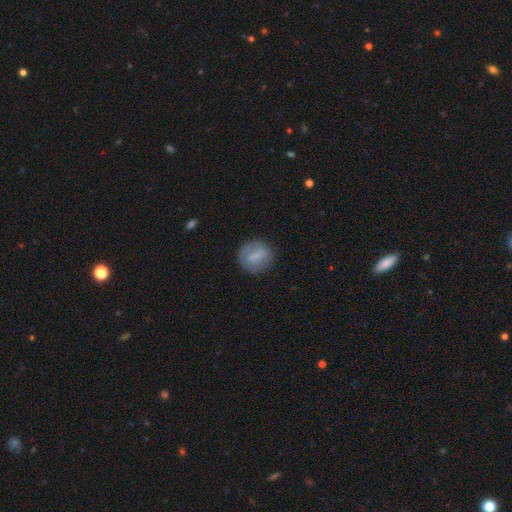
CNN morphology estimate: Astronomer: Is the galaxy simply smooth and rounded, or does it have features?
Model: smooth — 65%.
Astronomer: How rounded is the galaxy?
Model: round — 80%.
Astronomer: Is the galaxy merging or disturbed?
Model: none — 80%.